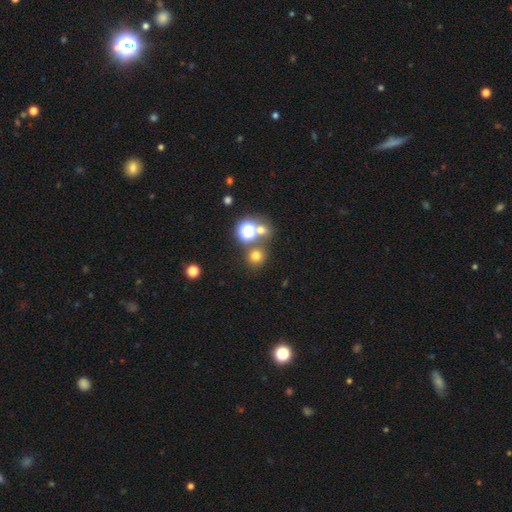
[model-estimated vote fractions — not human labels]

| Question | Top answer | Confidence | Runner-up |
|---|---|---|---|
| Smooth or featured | smooth | 69% | star or artifact (24%) |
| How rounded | round | 90% | in between (9%) |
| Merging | none | 74% | merger (14%) |